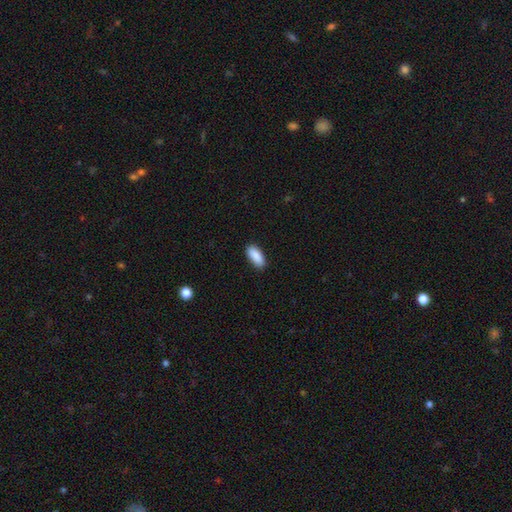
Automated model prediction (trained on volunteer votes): smooth_or_featured: smooth (p=0.90) [alt: star or artifact p=0.06]
how_rounded: in between (p=0.83) [alt: cigar-shaped p=0.15]
merging: none (p=0.88) [alt: minor disturbance p=0.09]